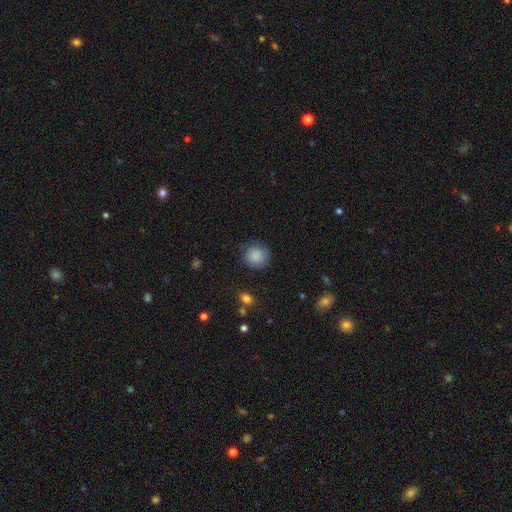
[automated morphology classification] type=smooth (86%); roundness=round (90%); merging=none (79%).